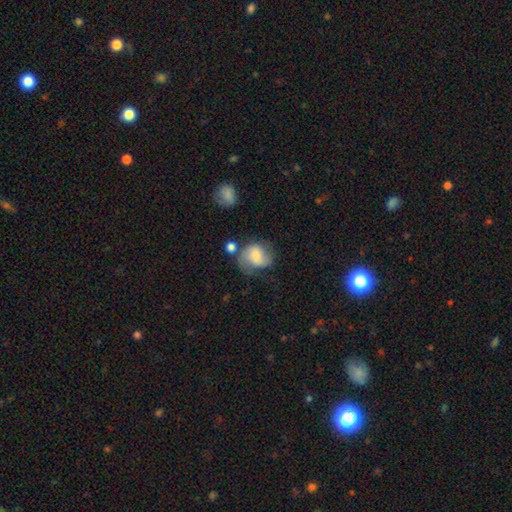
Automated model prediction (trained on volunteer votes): Smooth or featured? smooth (56%)
How rounded? round (62%)
Merging? none (46%)